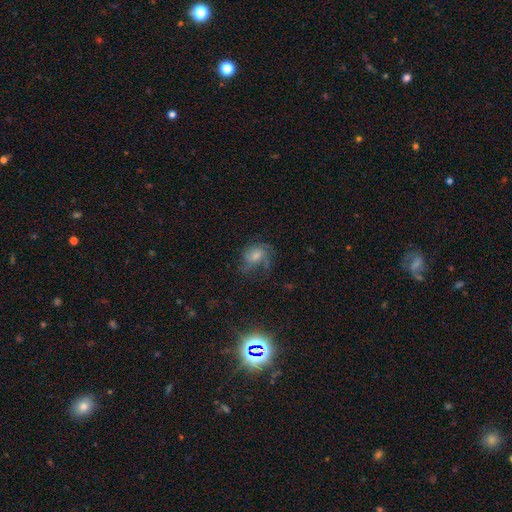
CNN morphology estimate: A featured or disk galaxy (49%). Merging: none (44%).